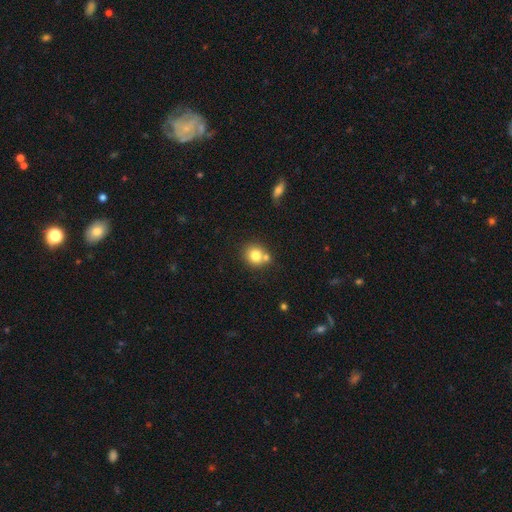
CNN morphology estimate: This is likely a smooth galaxy (78%). How rounded: clearly round (84%). Merging: likely none (61%).